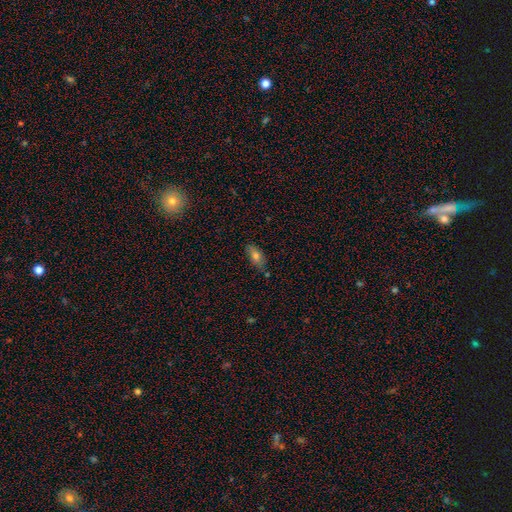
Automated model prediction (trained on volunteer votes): Q: Smooth or featured?
A: smooth (75%); runner-up: featured or disk (16%)
Q: How rounded?
A: in between (87%); runner-up: cigar-shaped (9%)
Q: Merging?
A: none (77%); runner-up: minor disturbance (17%)